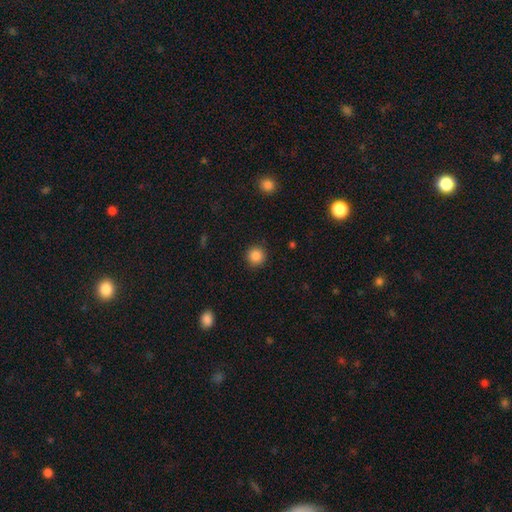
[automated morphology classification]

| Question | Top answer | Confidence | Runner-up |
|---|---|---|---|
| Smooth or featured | smooth | 86% | star or artifact (10%) |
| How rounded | round | 94% | in between (5%) |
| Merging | none | 91% | minor disturbance (6%) |